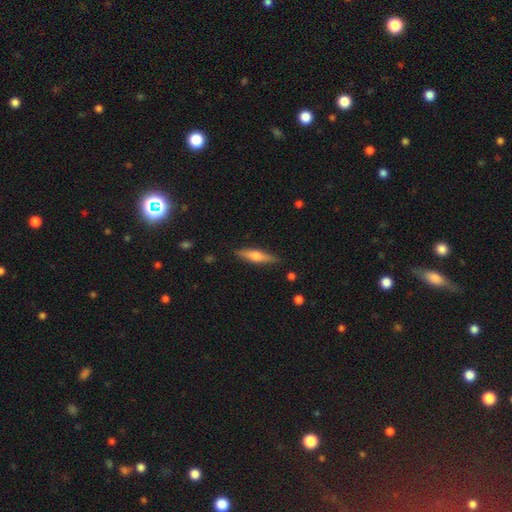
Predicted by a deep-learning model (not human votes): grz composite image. It shows a featured or disk galaxy (52%) viewed edge-on (95%). Merging: none (88%).